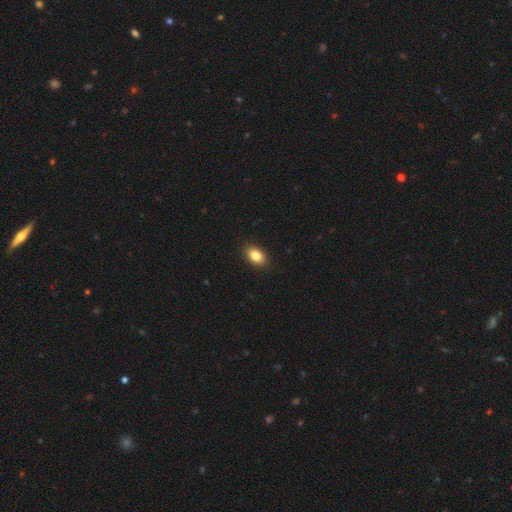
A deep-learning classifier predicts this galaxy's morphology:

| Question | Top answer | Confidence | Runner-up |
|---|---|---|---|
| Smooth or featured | smooth | 85% | star or artifact (8%) |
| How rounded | in between | 86% | round (12%) |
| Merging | none | 90% | minor disturbance (8%) |